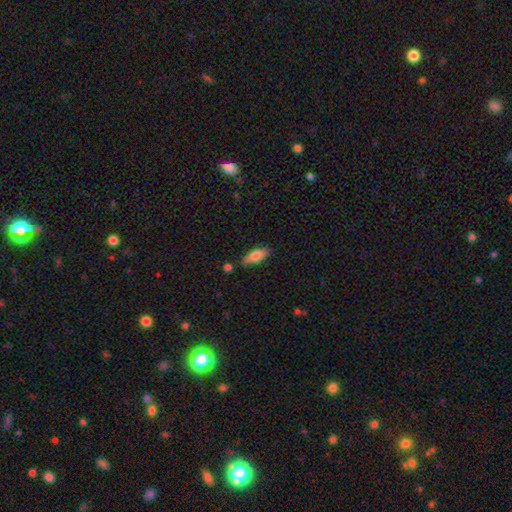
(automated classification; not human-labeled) Morphology: type=smooth (76%); roundness=in between (73%); merging=none (75%).